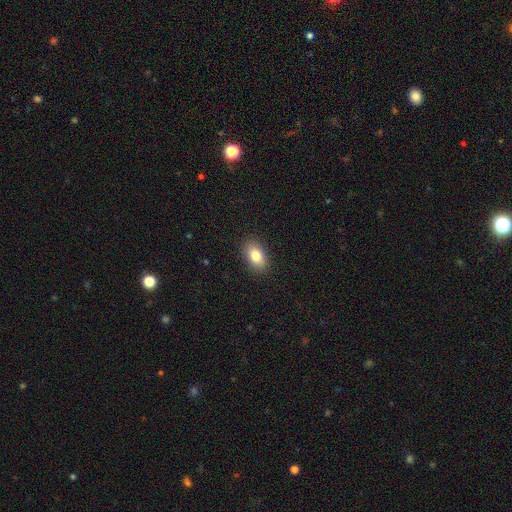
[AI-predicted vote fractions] Smooth or featured? Predicted: smooth (p=0.82). How rounded? Predicted: in between (p=0.88). Merging? Predicted: none (p=0.89).